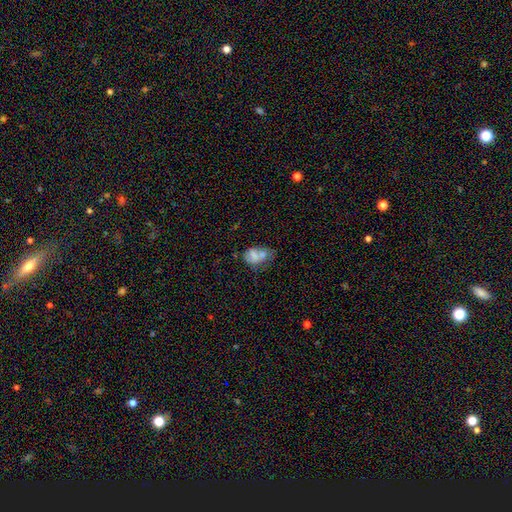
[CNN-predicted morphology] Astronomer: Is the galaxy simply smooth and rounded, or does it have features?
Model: smooth — 64%.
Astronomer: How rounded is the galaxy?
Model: in between — 77%.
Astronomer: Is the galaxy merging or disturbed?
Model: merger — 37% (runner-up: none, 26%).